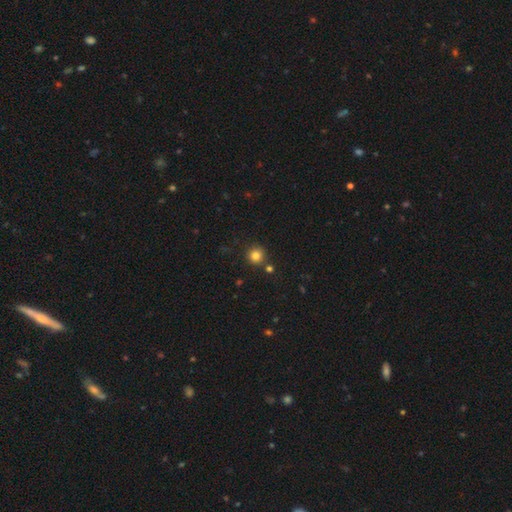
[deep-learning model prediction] This is clearly a smooth galaxy (82%). How rounded: clearly round (94%). Merging: clearly none (83%).